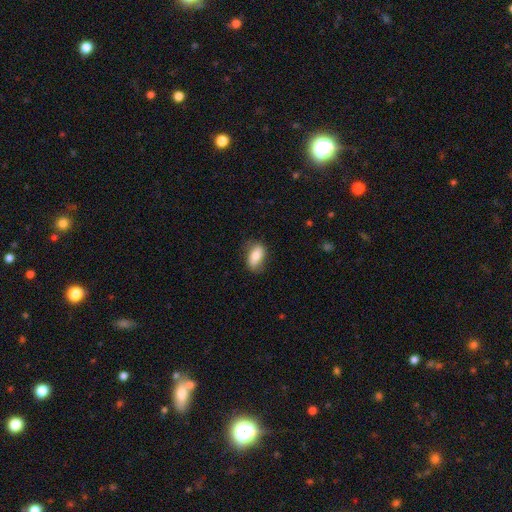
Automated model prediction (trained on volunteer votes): smooth-or-featured: smooth: 78% | featured or disk: 16% | star or artifact: 7%
  how-rounded: in between: 90% | round: 5% | cigar-shaped: 5%
  merging: none: 73% | minor disturbance: 21% | major disturbance: 5% | merger: 1%